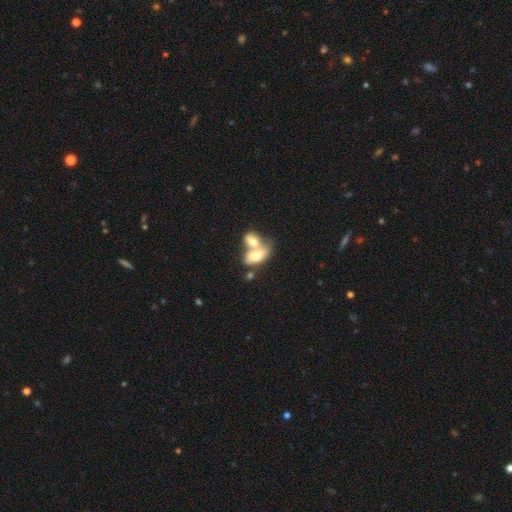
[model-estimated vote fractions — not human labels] This appears to be a smooth galaxy with no disk features (67%) that is in between round and cigar-shaped (87%). Merging: merger (76%).